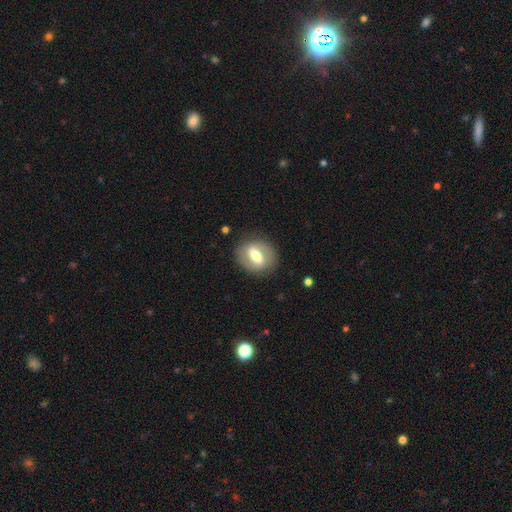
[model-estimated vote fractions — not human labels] Overall: featured or disk (48%; smooth 46%). Merging: none (82%).